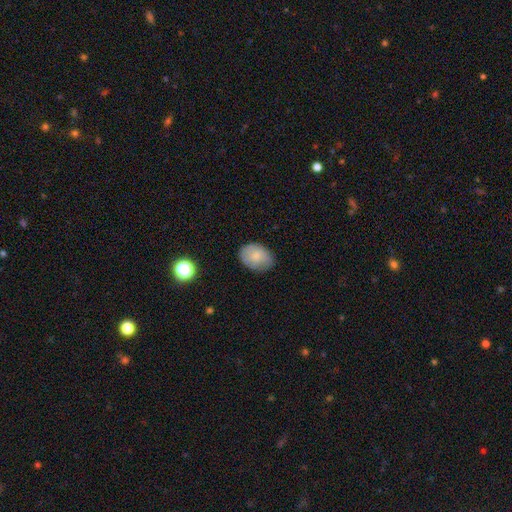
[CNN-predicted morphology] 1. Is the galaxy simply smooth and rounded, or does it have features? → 78% smooth, 14% featured or disk, 8% star or artifact.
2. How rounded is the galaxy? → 73% in between, 26% round, 1% cigar-shaped.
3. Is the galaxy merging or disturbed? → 75% none, 20% minor disturbance, 4% major disturbance, 1% merger.